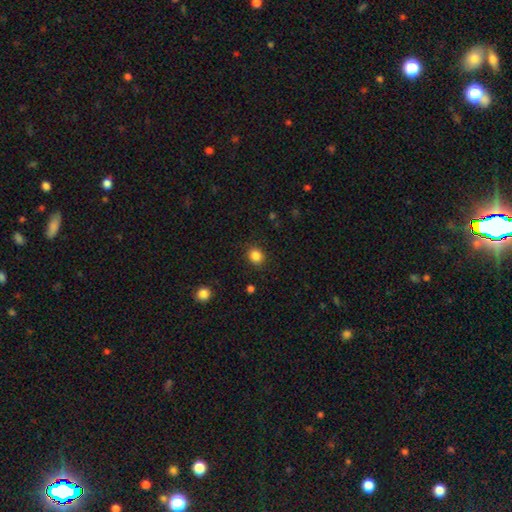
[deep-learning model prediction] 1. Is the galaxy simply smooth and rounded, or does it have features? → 86% smooth, 11% star or artifact, 3% featured or disk.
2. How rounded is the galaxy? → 78% round, 22% in between, 1% cigar-shaped.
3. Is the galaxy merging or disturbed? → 87% none, 9% minor disturbance, 3% major disturbance, 1% merger.